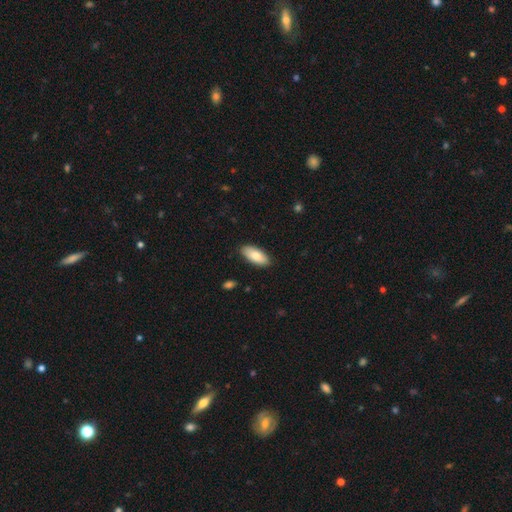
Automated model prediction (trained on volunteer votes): smooth 81%, featured or disk 13%, star or artifact 6%. Down the decision tree: how rounded — in between (87%); merging — none (88%).